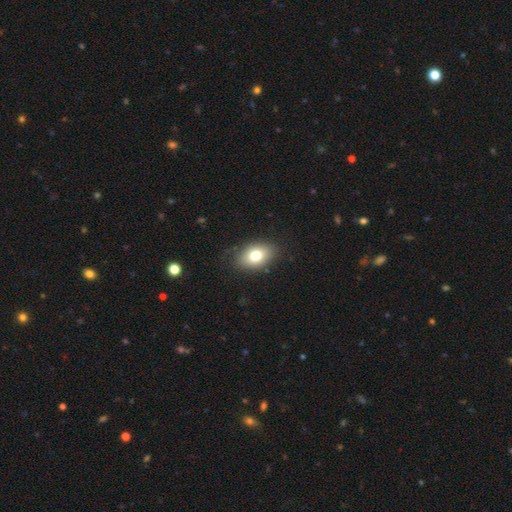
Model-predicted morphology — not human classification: smooth 76%, featured or disk 14%, star or artifact 9%. Down the decision tree: how rounded — in between (81%); merging — none (84%).